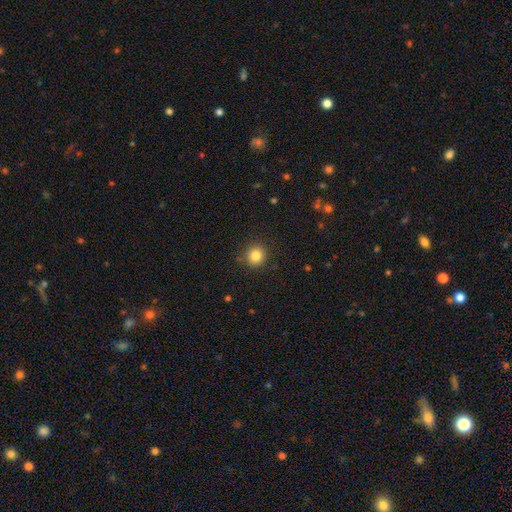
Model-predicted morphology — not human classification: Smooth or featured? smooth (83%)
How rounded? round (91%)
Merging? none (88%)